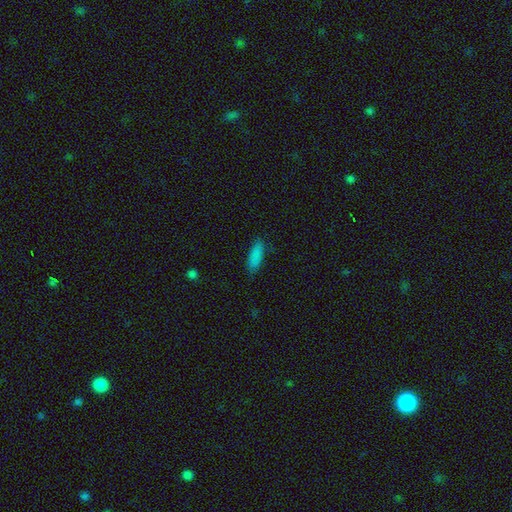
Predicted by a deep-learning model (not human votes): This appears to be a smooth galaxy with no disk features (87%) that is in between round and cigar-shaped (61%). Merging: none (84%).